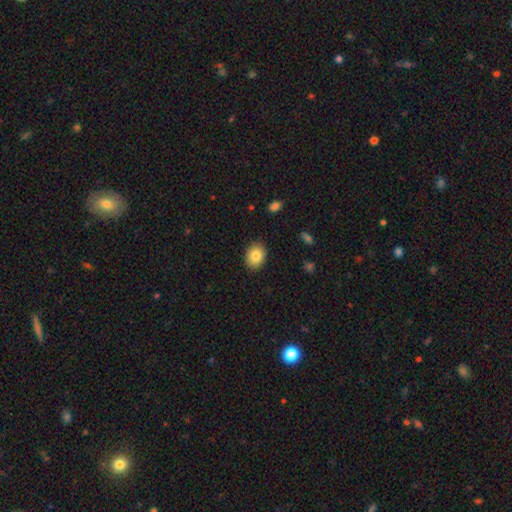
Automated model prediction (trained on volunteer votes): Smooth or featured? Predicted: smooth (p=0.84). How rounded? Predicted: in between (p=0.56). Merging? Predicted: none (p=0.89).